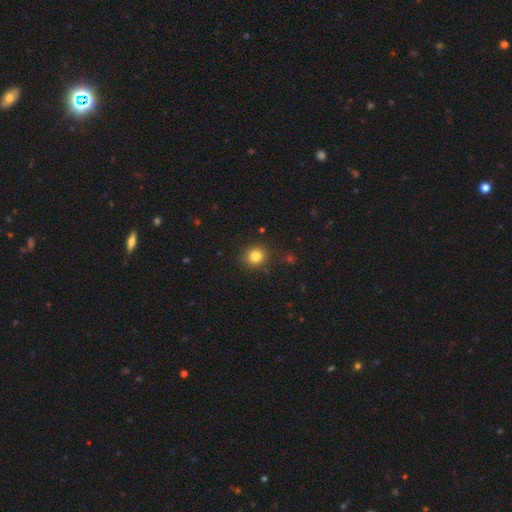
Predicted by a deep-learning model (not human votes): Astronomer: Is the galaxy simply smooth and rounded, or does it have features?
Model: smooth — 82%.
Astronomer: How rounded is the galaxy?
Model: round — 79%.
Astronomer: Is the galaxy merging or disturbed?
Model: none — 88%.